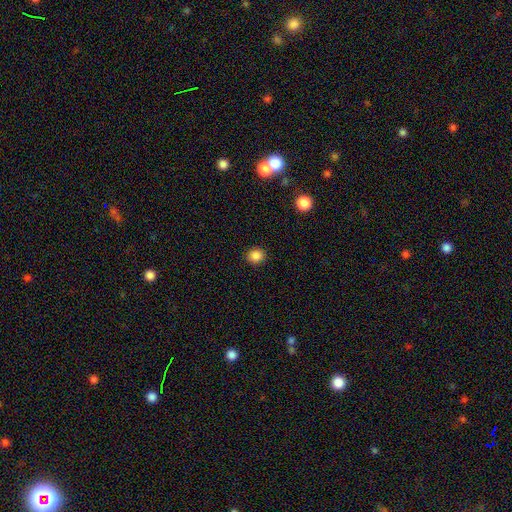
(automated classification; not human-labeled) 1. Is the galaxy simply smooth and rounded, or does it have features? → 86% smooth, 11% star or artifact, 4% featured or disk.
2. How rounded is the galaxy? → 79% round, 20% in between, 1% cigar-shaped.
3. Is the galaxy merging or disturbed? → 91% none, 7% minor disturbance, 2% major disturbance, 1% merger.